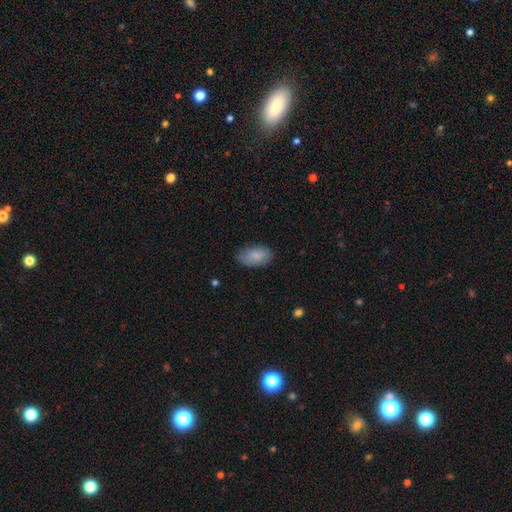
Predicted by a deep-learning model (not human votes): smooth-or-featured: smooth: 84% | featured or disk: 9% | star or artifact: 6%
  how-rounded: in between: 93% | round: 5% | cigar-shaped: 2%
  merging: none: 77% | minor disturbance: 18% | major disturbance: 4% | merger: 1%